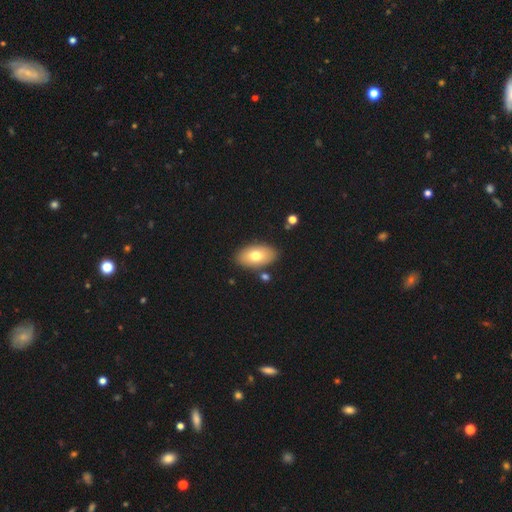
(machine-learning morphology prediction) Smooth or featured?
  - smooth: 73% *
  - featured or disk: 20%
  - star or artifact: 7%
How rounded?
  - in between: 93% *
  - round: 6%
  - cigar-shaped: 2%
Merging?
  - none: 83% *
  - minor disturbance: 10%
  - merger: 4%
  - major disturbance: 3%